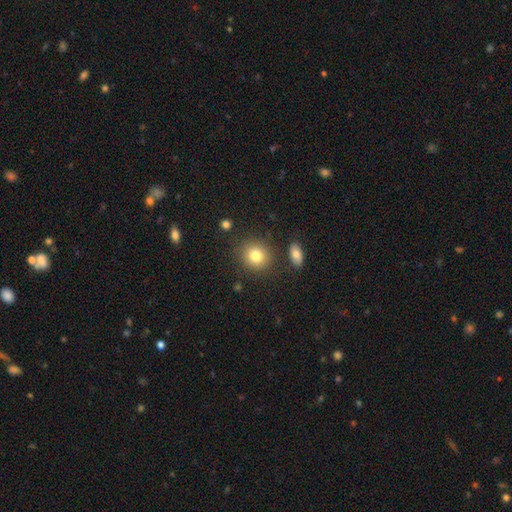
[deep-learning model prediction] This is clearly a smooth galaxy (82%). How rounded: likely round (80%). Merging: clearly none (84%).